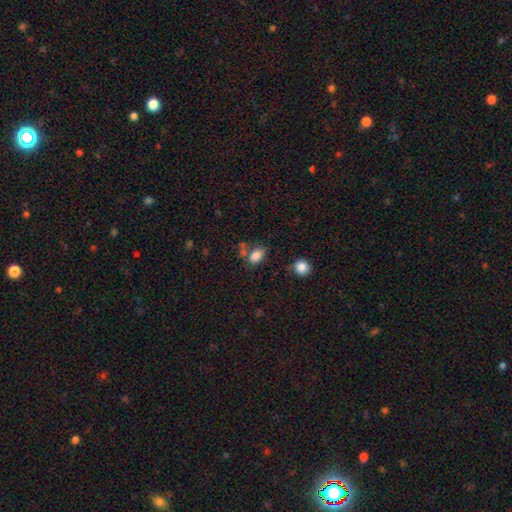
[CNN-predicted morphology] A smooth galaxy with no disk features (83%) that is in between round and cigar-shaped (82%).

Vote fractions:
- Smooth or featured? smooth: 83% / star or artifact: 11% / featured or disk: 6%
- How rounded? in between: 82% / round: 16% / cigar-shaped: 1%
- Merging? none: 56% / merger: 19% / minor disturbance: 18% / major disturbance: 7%